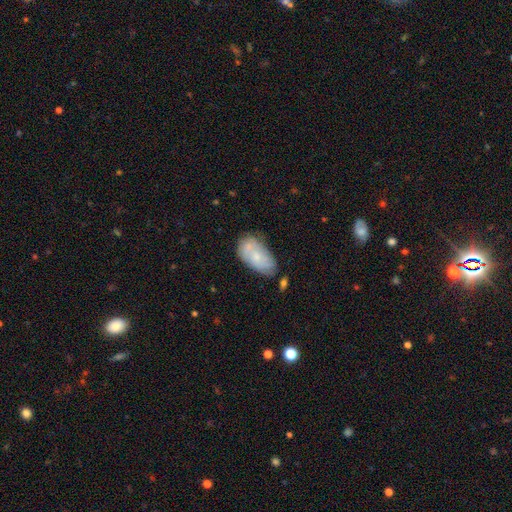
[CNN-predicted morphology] This is possibly a smooth galaxy (56%). How rounded: clearly in between (93%). Merging: possibly none (54%).